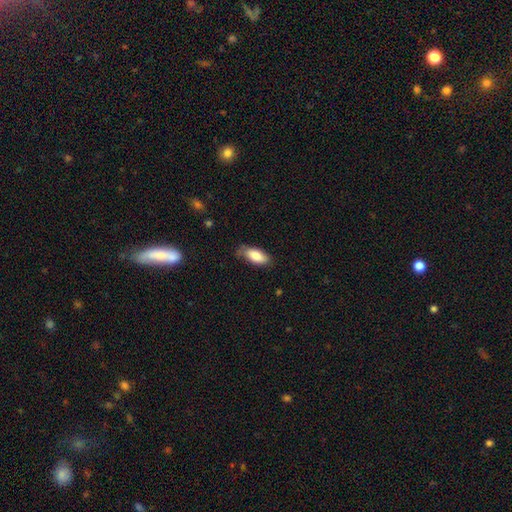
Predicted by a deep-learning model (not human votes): Smooth or featured: smooth — 81% (featured or disk — 13%)
How rounded: in between — 87% (cigar-shaped — 10%)
Merging: none — 64% (minor disturbance — 29%)